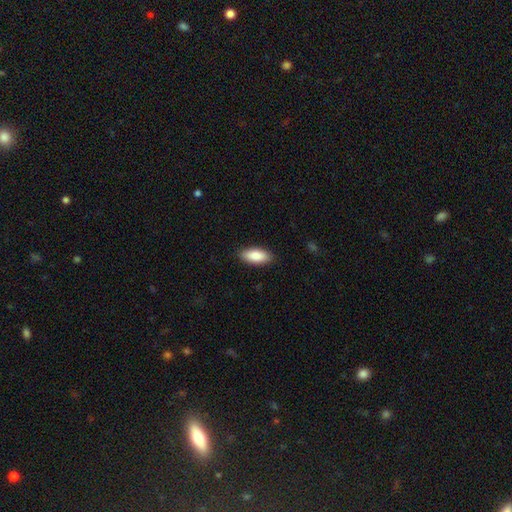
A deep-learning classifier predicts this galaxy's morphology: smooth 87%, featured or disk 7%, star or artifact 6%. Down the decision tree: how rounded — in between (85%); merging — none (88%).